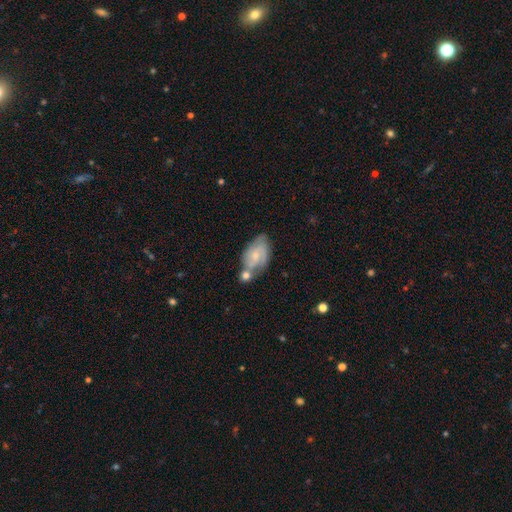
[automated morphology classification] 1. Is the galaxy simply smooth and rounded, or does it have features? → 57% featured or disk, 36% smooth, 7% star or artifact.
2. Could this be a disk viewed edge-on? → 95% no, 5% yes.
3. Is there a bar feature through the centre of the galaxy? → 63% no, 32% weak, 5% strong.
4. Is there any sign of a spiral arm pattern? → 81% yes, 19% no.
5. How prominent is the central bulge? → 62% small, 30% moderate, 6% none, 2% large, 1% dominant.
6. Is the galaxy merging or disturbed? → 36% none, 32% merger, 21% minor disturbance, 10% major disturbance.